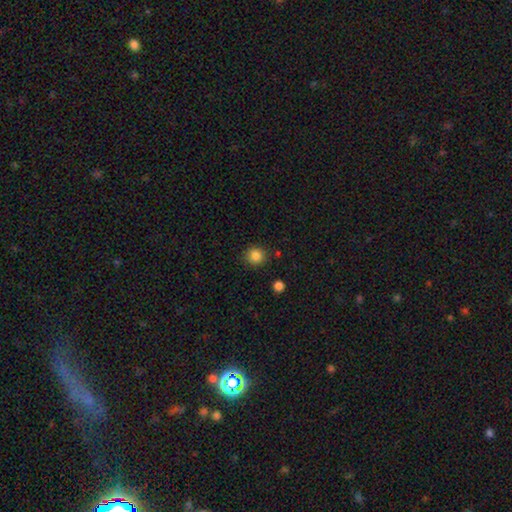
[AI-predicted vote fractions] smooth 85%, star or artifact 11%, featured or disk 4%. Down the decision tree: how rounded — round (88%); merging — none (87%).